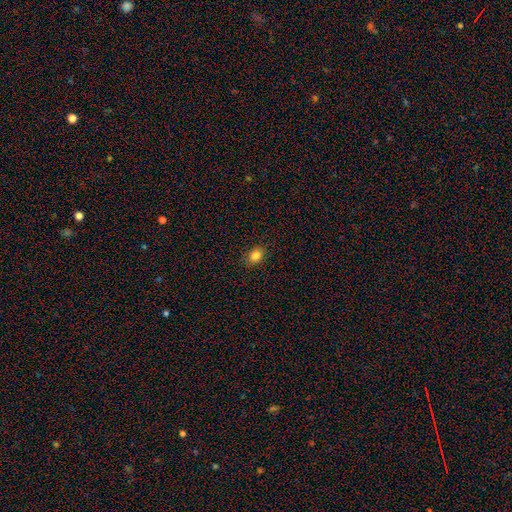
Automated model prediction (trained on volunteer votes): Q: Smooth or featured?
A: smooth (83%); runner-up: star or artifact (11%)
Q: How rounded?
A: in between (57%); runner-up: round (42%)
Q: Merging?
A: none (88%); runner-up: minor disturbance (9%)